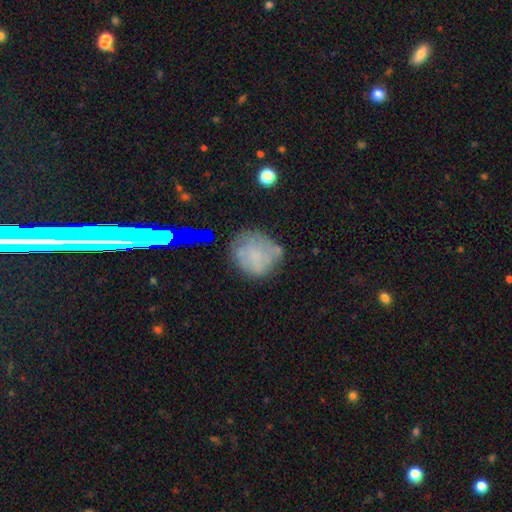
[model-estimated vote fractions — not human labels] A smooth galaxy with no disk features (60%) that is round (80%). Merging: none (57%).